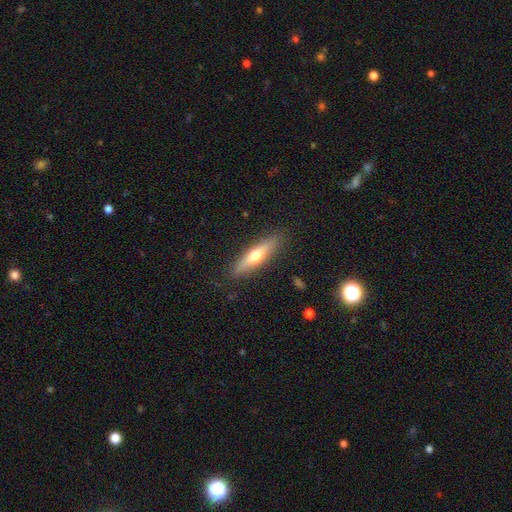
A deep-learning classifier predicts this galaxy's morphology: The model was most divided on "smooth or featured": smooth: 48%, featured or disk: 46%, star or artifact: 6%. More confident: merging — none (88%).